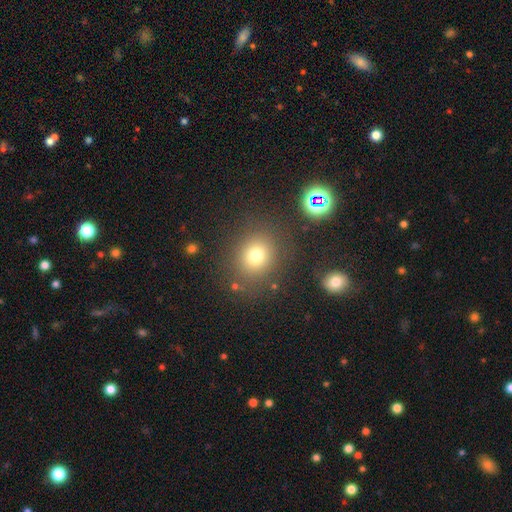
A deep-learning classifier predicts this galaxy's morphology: smooth 76%, star or artifact 16%, featured or disk 9%. Down the decision tree: how rounded — round (77%); merging — none (82%).